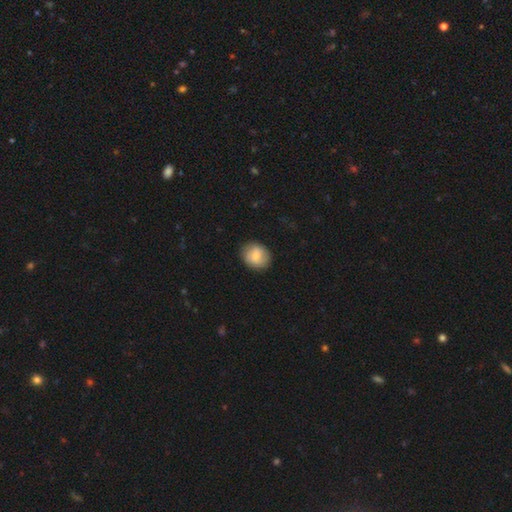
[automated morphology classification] This is likely a smooth galaxy (73%). How rounded: likely round (71%). Merging: clearly none (84%).